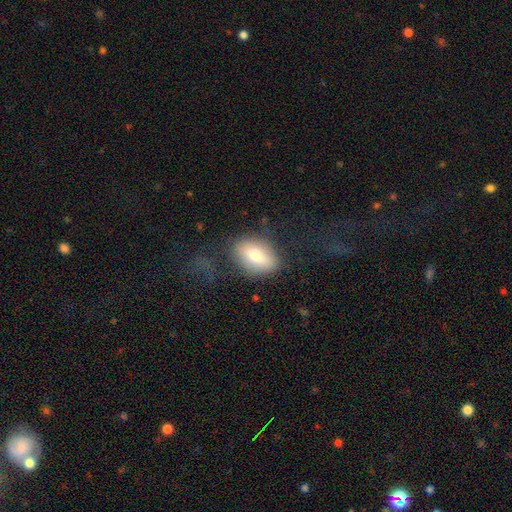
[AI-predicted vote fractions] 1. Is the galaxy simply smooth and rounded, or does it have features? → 75% smooth, 17% featured or disk, 8% star or artifact.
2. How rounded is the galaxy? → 85% in between, 13% round, 2% cigar-shaped.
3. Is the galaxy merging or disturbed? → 63% none, 19% minor disturbance, 15% major disturbance, 3% merger.